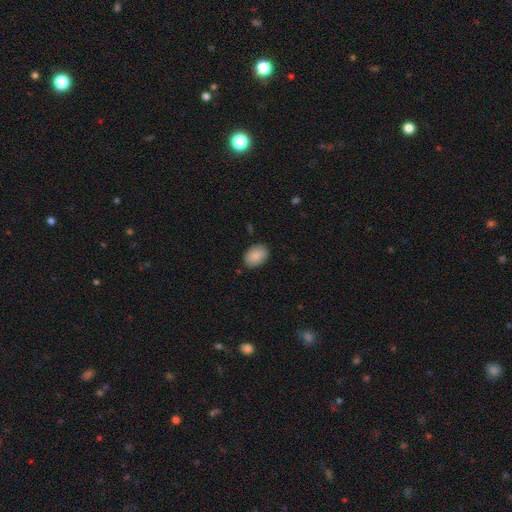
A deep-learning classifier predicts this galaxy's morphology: A smooth galaxy with no disk features (88%) that is in between round and cigar-shaped (84%). Merging: none (86%).